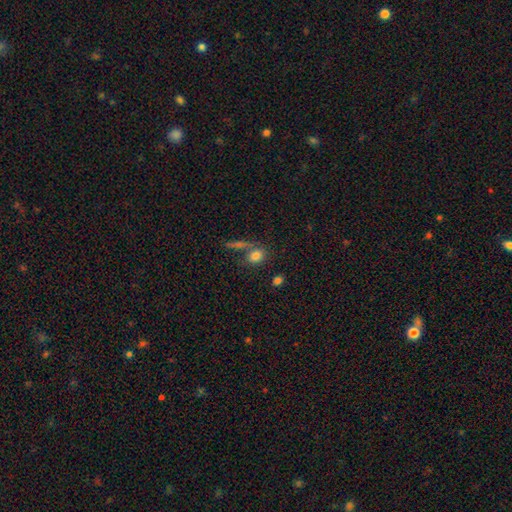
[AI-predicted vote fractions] Smooth or featured: smooth — 79% (star or artifact — 12%)
How rounded: round — 51% (in between — 46%)
Merging: none — 60% (merger — 22%)